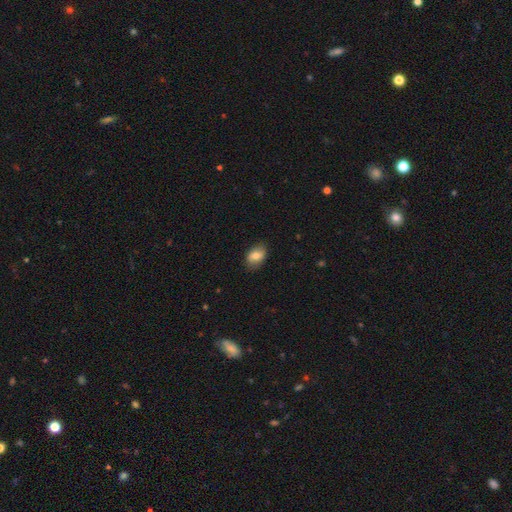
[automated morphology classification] Smooth or featured?
  - smooth: 75% *
  - featured or disk: 17%
  - star or artifact: 8%
How rounded?
  - in between: 85% *
  - round: 13%
  - cigar-shaped: 2%
Merging?
  - none: 82% *
  - minor disturbance: 14%
  - major disturbance: 3%
  - merger: 1%